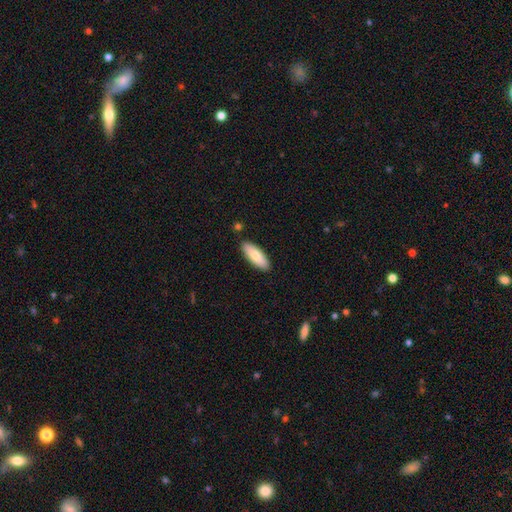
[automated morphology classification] smooth-or-featured: smooth: 79% | featured or disk: 15% | star or artifact: 6%
  how-rounded: in between: 68% | cigar-shaped: 30% | round: 2%
  merging: none: 88% | minor disturbance: 8% | merger: 2% | major disturbance: 2%